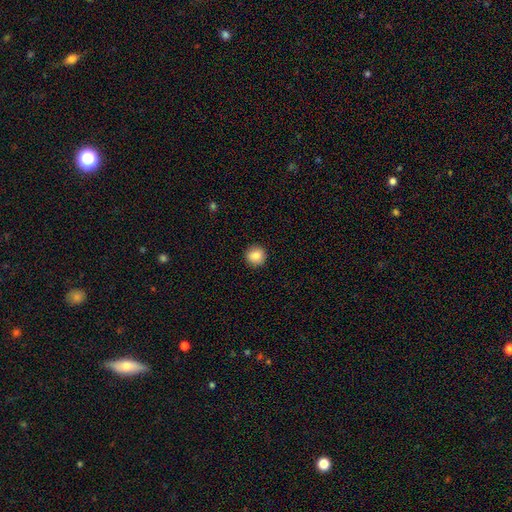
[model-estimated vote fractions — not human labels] This is clearly a smooth galaxy (85%). How rounded: clearly round (94%). Merging: clearly none (92%).